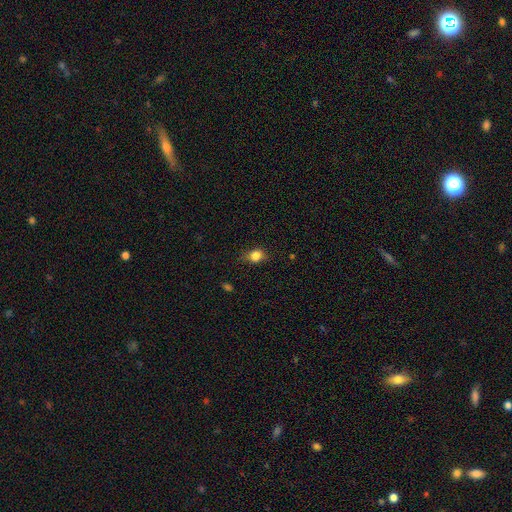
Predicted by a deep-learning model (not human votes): A smooth galaxy with no disk features (83%) that is round (61%). Merging: none (75%).